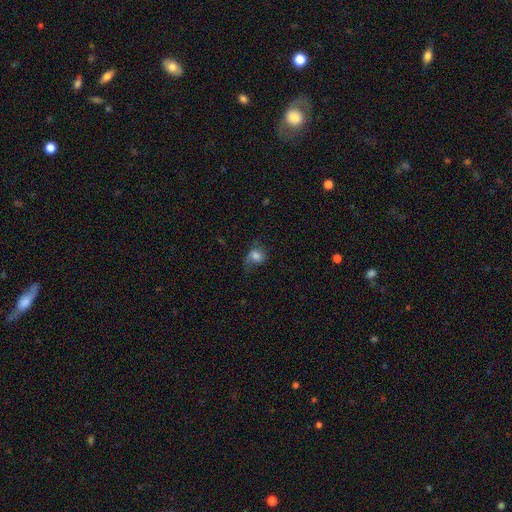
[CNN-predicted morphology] Smooth or featured? smooth (70%)
How rounded? round (55%)
Merging? none (40%)